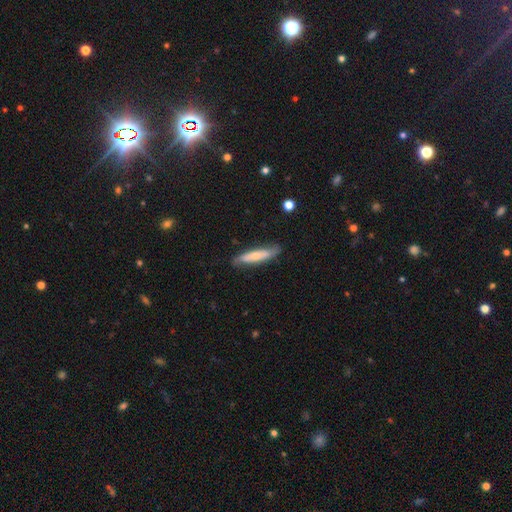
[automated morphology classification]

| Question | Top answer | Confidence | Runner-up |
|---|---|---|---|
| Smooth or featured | smooth | 58% | featured or disk (36%) |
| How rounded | cigar-shaped | 82% | in between (17%) |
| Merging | none | 77% | minor disturbance (18%) |